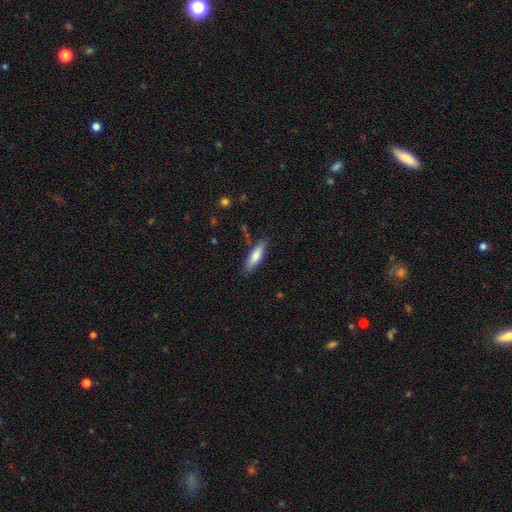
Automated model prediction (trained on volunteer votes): Smooth or featured? smooth (77%)
How rounded? cigar-shaped (60%)
Merging? none (82%)